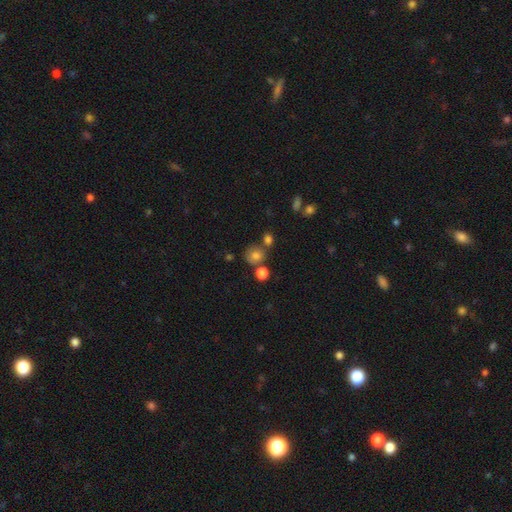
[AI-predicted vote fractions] Overall: smooth (77%). How rounded: round (80%). Merging: none (60%; merger 21%).